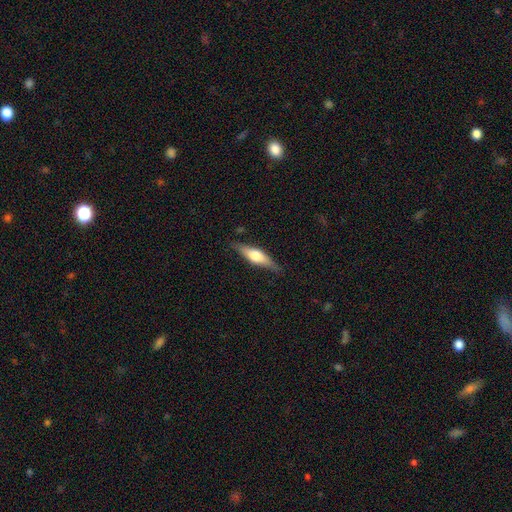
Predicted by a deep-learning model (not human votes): Q: Smooth or featured?
A: featured or disk (51%); runner-up: smooth (43%)
Q: Edge-on disk?
A: yes (92%); runner-up: no (8%)
Q: Merging?
A: none (82%); runner-up: minor disturbance (14%)